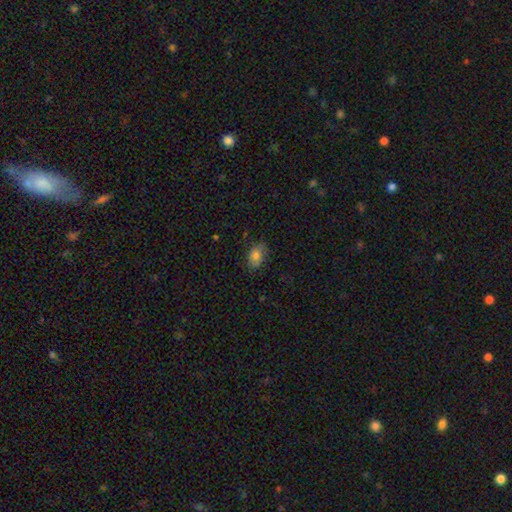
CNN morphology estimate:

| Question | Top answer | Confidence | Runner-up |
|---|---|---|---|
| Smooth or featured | smooth | 78% | featured or disk (13%) |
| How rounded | in between | 80% | round (19%) |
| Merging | none | 73% | minor disturbance (21%) |